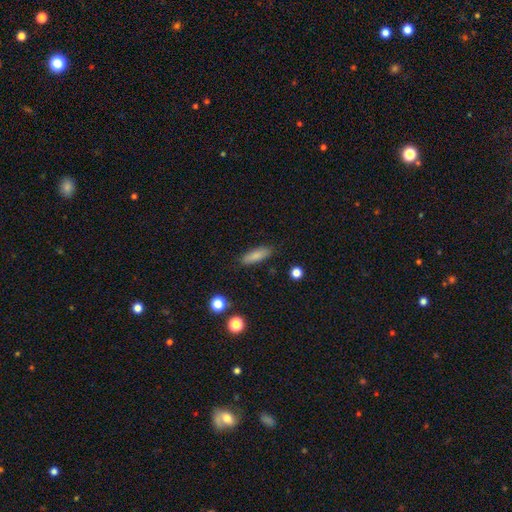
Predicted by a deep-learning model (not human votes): Smooth or featured: smooth — 82% (featured or disk — 10%)
How rounded: in between — 55% (cigar-shaped — 42%)
Merging: none — 85% (minor disturbance — 11%)